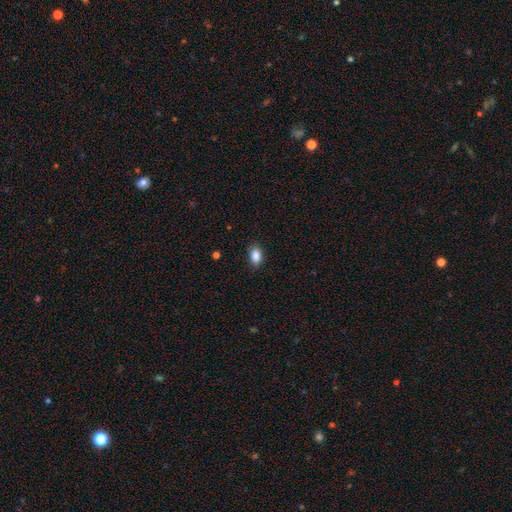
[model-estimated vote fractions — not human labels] The model was most divided on "how rounded": in between: 87%, round: 12%, cigar-shaped: 2%. More confident: smooth or featured — smooth (88%); merging — none (86%).